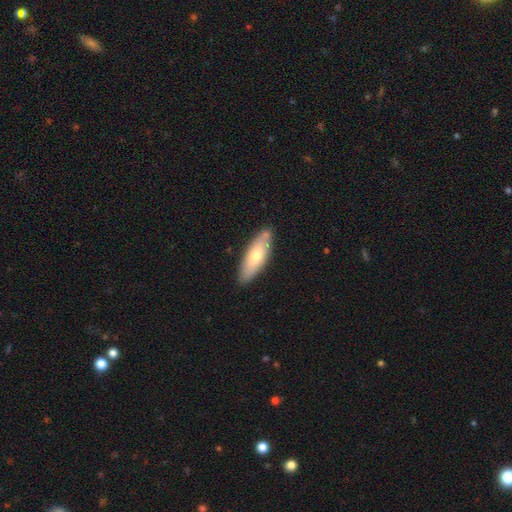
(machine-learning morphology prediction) This is likely a smooth galaxy (65%). How rounded: possibly in between (58%). Merging: clearly none (81%).